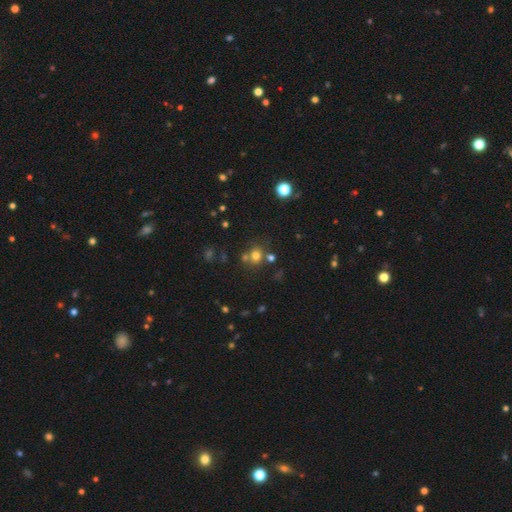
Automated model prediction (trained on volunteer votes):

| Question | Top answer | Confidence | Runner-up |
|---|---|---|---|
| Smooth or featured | smooth | 70% | star or artifact (21%) |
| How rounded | round | 81% | in between (18%) |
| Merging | none | 61% | merger (25%) |